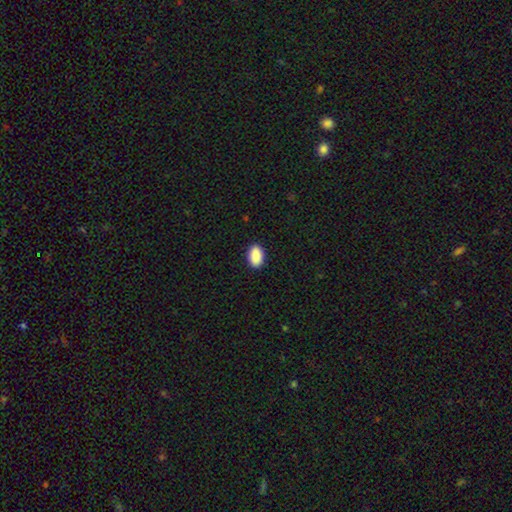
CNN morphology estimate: This appears to be a smooth galaxy with no disk features (91%) that is in between round and cigar-shaped (92%). Merging: none (90%).